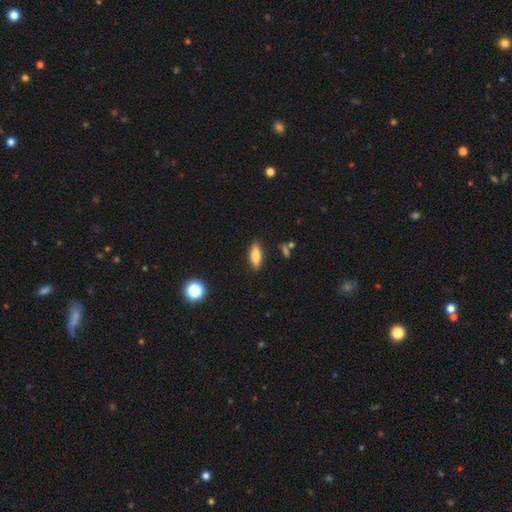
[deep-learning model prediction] This appears to be a smooth galaxy with no disk features (77%) that is in between round and cigar-shaped (65%). Merging: none (87%).